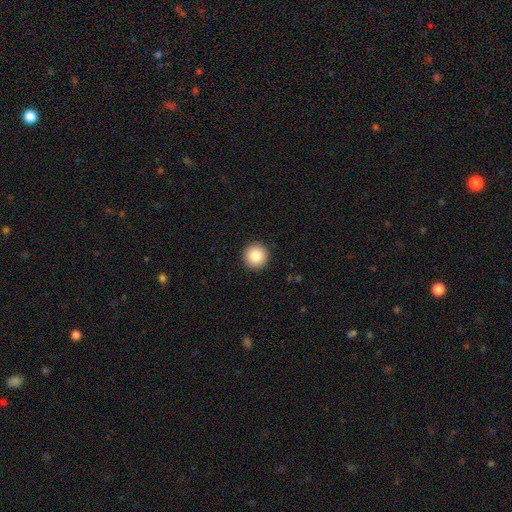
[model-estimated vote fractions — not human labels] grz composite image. It shows a smooth galaxy with no disk features (85%) that is round (96%). Merging: none (93%).